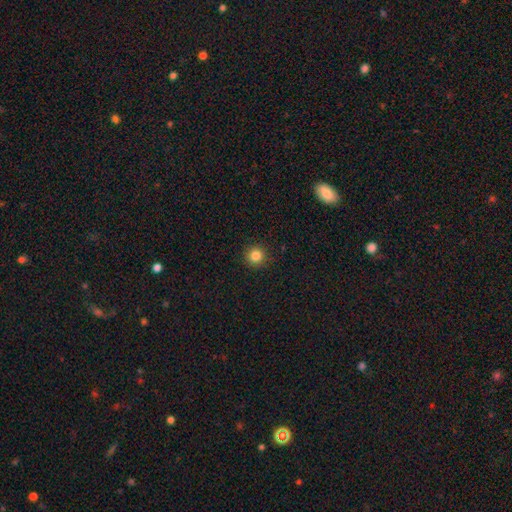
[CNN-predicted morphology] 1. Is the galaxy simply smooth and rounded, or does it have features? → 84% smooth, 12% star or artifact, 5% featured or disk.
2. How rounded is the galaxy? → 95% round, 4% in between, 1% cigar-shaped.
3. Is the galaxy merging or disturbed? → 92% none, 5% minor disturbance, 2% major disturbance, 1% merger.